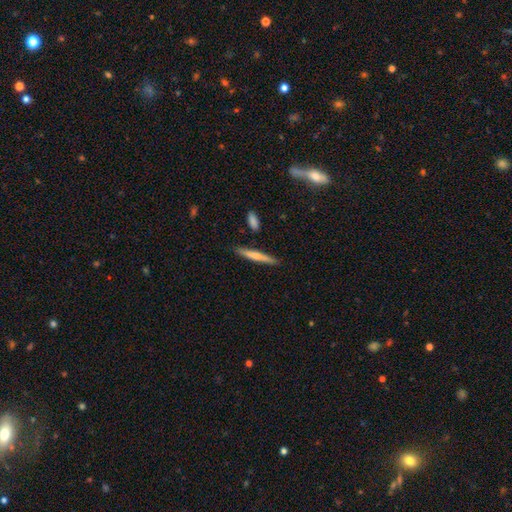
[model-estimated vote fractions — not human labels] The model was most divided on "smooth or featured": smooth: 63%, featured or disk: 32%, star or artifact: 5%. More confident: how rounded — cigar-shaped (94%); merging — none (85%).